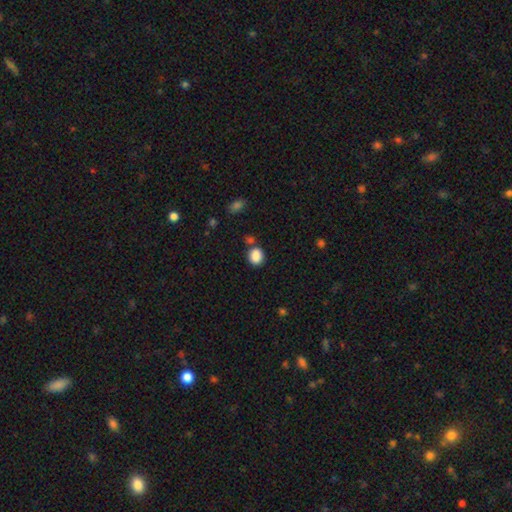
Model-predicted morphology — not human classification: This appears to be a smooth galaxy with no disk features (87%) that is round (57%). Merging: none (73%).